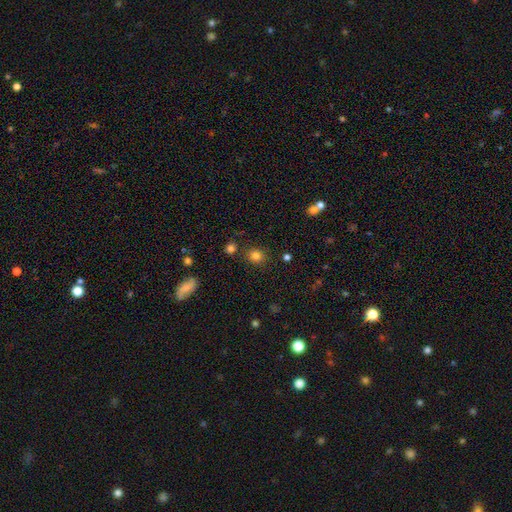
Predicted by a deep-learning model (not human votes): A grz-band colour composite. It shows a smooth galaxy with no disk features (82%) that is round (80%). Merging: none (85%).